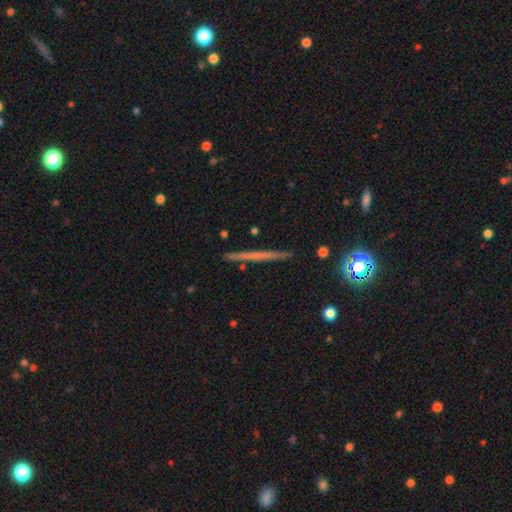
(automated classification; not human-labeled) This appears to be a featured or disk galaxy (52%) viewed edge-on (97%) with no central bulge (89%). Merging: none (92%).